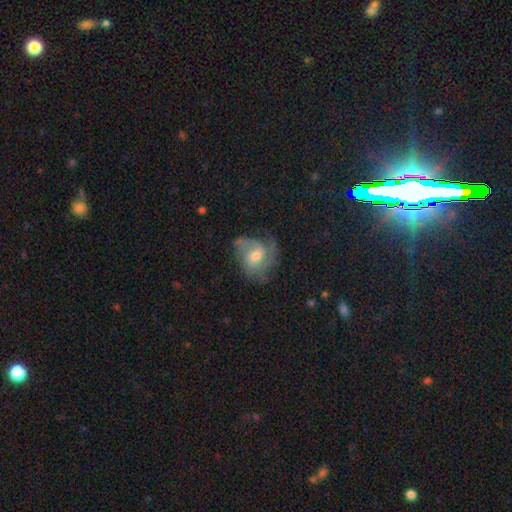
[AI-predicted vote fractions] Smooth or featured? Predicted: featured or disk (p=0.71). Edge-on disk? Predicted: no (p=0.97). Bar? Predicted: no (p=0.49). Spiral arms? Predicted: yes (p=0.89). Spiral winding? Predicted: medium (p=0.46). Spiral arm count? Predicted: 2 (p=0.37). Bulge size? Predicted: moderate (p=0.62). Merging? Predicted: none (p=0.51).